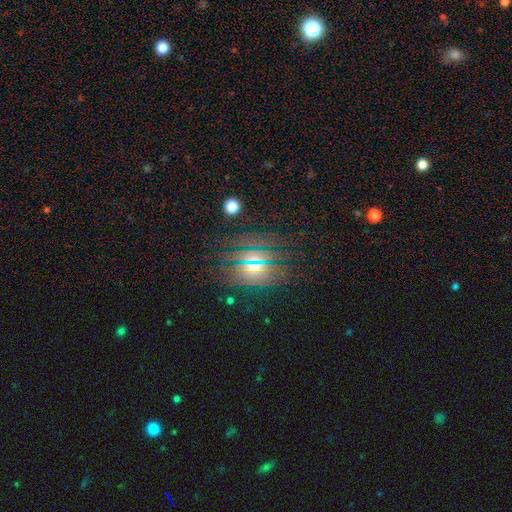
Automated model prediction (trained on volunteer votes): Smooth or featured: star or artifact — 50% (featured or disk — 25%)